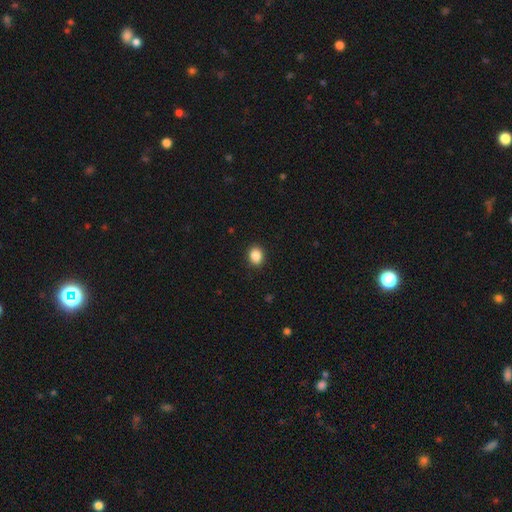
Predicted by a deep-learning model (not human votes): Smooth or featured: smooth — 87% (star or artifact — 9%)
How rounded: round — 55% (in between — 44%)
Merging: none — 91% (minor disturbance — 6%)